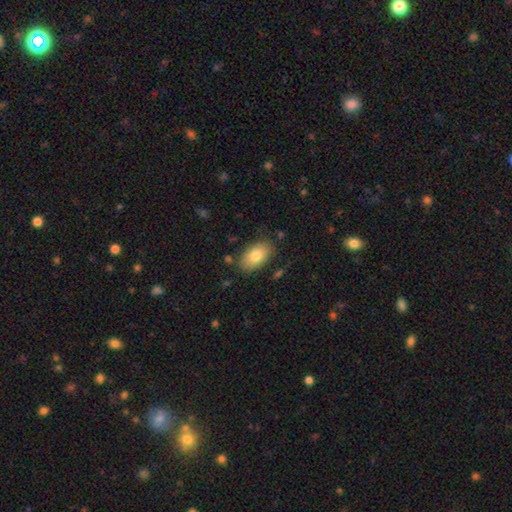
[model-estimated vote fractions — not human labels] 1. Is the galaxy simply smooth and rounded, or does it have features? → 81% smooth, 13% featured or disk, 7% star or artifact.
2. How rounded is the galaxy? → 93% in between, 5% round, 2% cigar-shaped.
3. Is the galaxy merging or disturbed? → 83% none, 12% minor disturbance, 3% major disturbance, 2% merger.